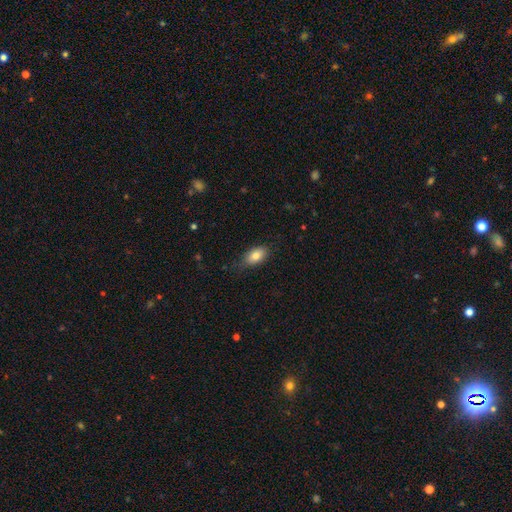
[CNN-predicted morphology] Smooth or featured?
  - smooth: 82% *
  - featured or disk: 11%
  - star or artifact: 8%
How rounded?
  - in between: 89% *
  - round: 7%
  - cigar-shaped: 4%
Merging?
  - none: 71% *
  - minor disturbance: 24%
  - major disturbance: 5%
  - merger: 1%